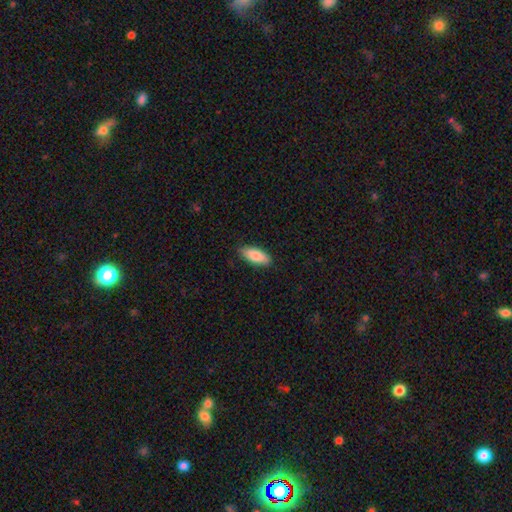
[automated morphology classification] Smooth or featured: smooth — 84% (featured or disk — 10%)
How rounded: in between — 78% (cigar-shaped — 20%)
Merging: none — 87% (minor disturbance — 11%)